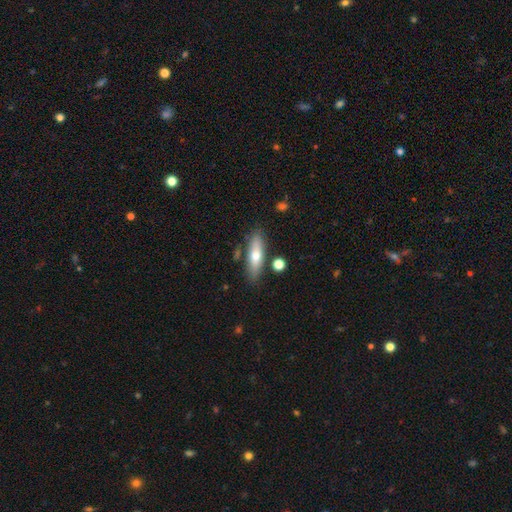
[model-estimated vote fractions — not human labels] A smooth galaxy with no disk features (61%) that is cigar-shaped (57%). Merging: none (80%).